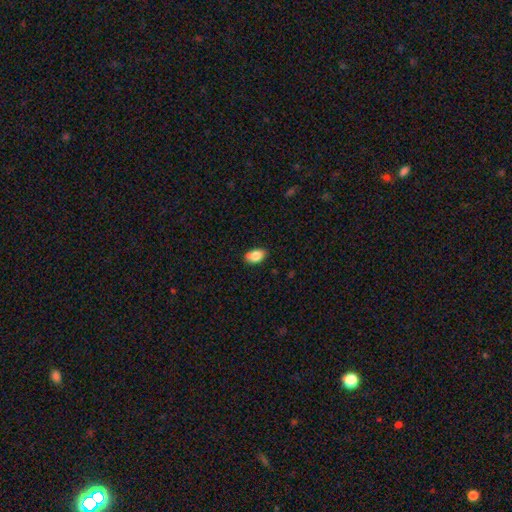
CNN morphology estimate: This appears to be a smooth galaxy with no disk features (85%) that is in between round and cigar-shaped (91%). Merging: none (81%).